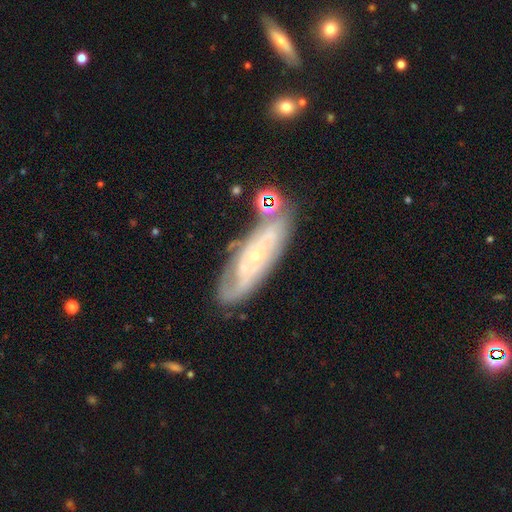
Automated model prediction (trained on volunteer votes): Smooth or featured? featured or disk (77%)
Edge-on disk? no (83%)
Bar? no (77%)
Spiral arms? yes (84%)
Spiral winding? tight (62%)
Spiral arm count? can't tell (52%)
Bulge size? small (81%)
Merging? none (68%)